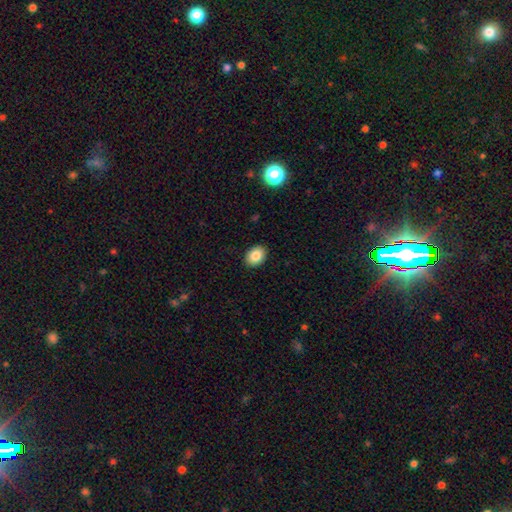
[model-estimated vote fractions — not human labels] smooth_or_featured: smooth (p=0.85) [alt: star or artifact p=0.08]
how_rounded: in between (p=0.69) [alt: round p=0.30]
merging: none (p=0.90) [alt: minor disturbance p=0.07]